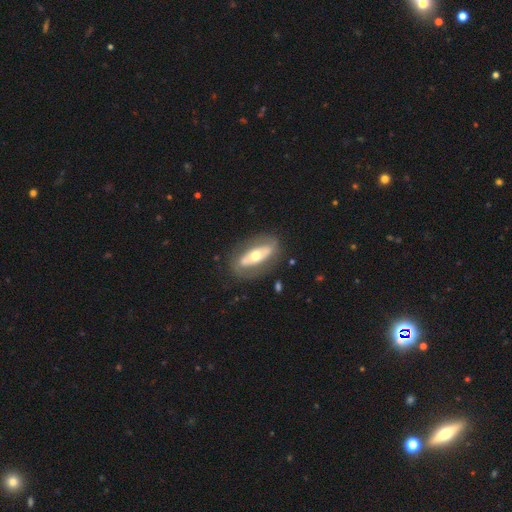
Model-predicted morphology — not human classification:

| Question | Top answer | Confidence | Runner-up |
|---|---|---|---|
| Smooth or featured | featured or disk | 62% | smooth (33%) |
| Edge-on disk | no | 81% | yes (19%) |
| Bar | no | 57% | strong (29%) |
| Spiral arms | no | 72% | yes (28%) |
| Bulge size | moderate | 66% | small (21%) |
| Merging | none | 76% | minor disturbance (14%) |